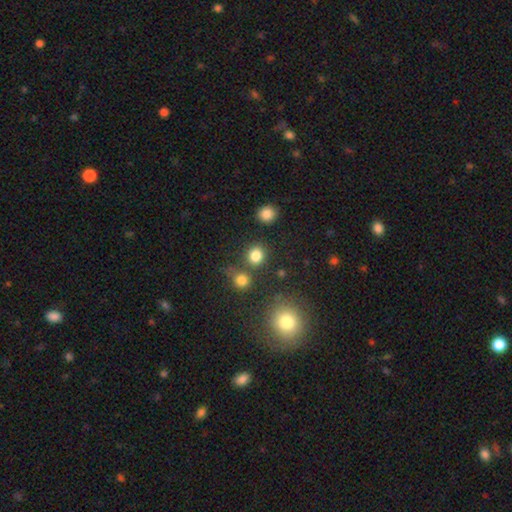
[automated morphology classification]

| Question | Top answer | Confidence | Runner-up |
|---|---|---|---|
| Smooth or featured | smooth | 82% | star or artifact (13%) |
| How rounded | round | 82% | in between (17%) |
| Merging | none | 77% | merger (11%) |